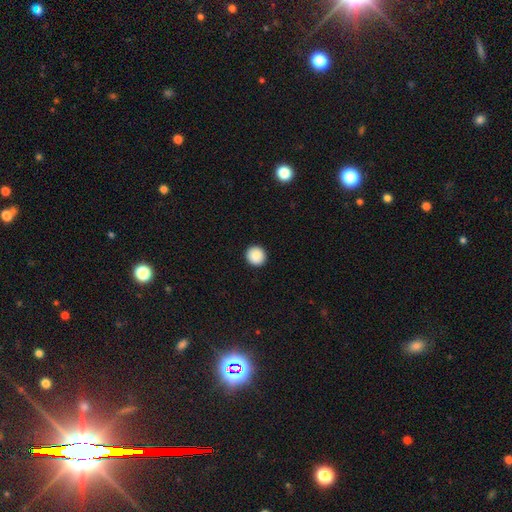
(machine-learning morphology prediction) A smooth galaxy with no disk features (89%) that is round (93%). Merging: none (93%).